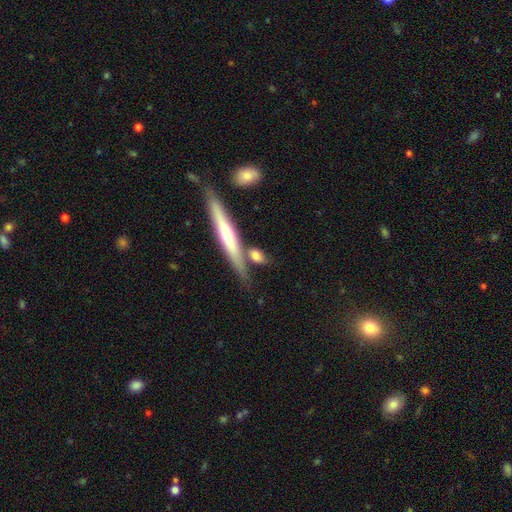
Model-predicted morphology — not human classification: This is likely a smooth galaxy (68%). How rounded: possibly cigar-shaped (50%). Merging: likely none (64%).